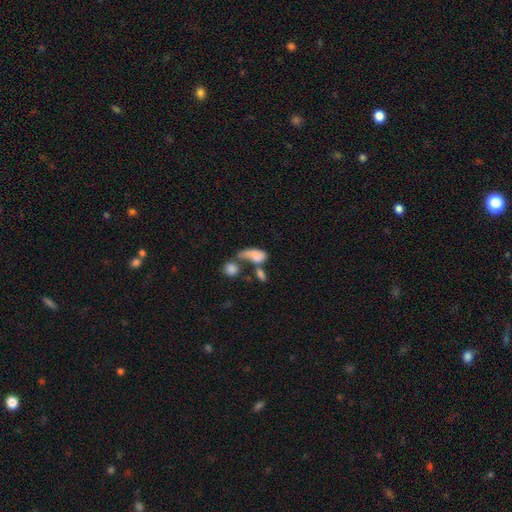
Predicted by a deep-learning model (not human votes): A smooth galaxy with no disk features (70%) that is in between round and cigar-shaped (82%).

Vote fractions:
- Smooth or featured? smooth: 70% / featured or disk: 21% / star or artifact: 10%
- How rounded? in between: 82% / cigar-shaped: 10% / round: 8%
- Merging? merger: 52% / major disturbance: 20% / none: 16% / minor disturbance: 12%